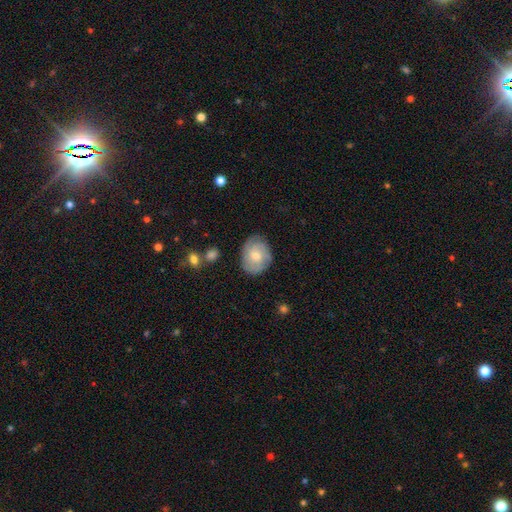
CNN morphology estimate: smooth-or-featured: featured or disk: 49% | smooth: 45% | star or artifact: 7%
  merging: none: 77% | minor disturbance: 17% | major disturbance: 4% | merger: 2%